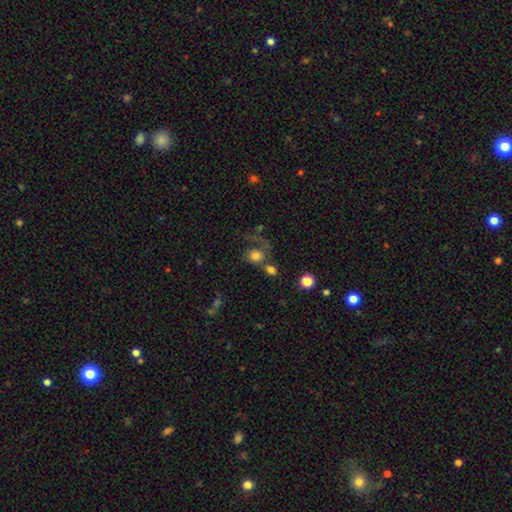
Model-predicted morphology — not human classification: Smooth or featured? smooth (64%)
How rounded? round (71%)
Merging? none (32%)